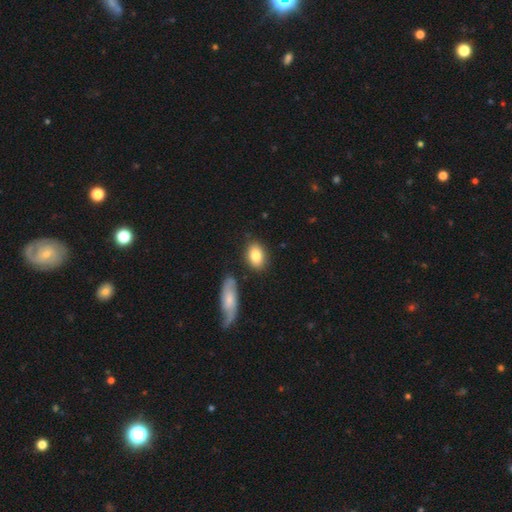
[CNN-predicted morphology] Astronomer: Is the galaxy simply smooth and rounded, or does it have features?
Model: smooth — 82%.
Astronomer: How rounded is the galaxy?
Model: in between — 78%.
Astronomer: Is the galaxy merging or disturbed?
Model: none — 80%.